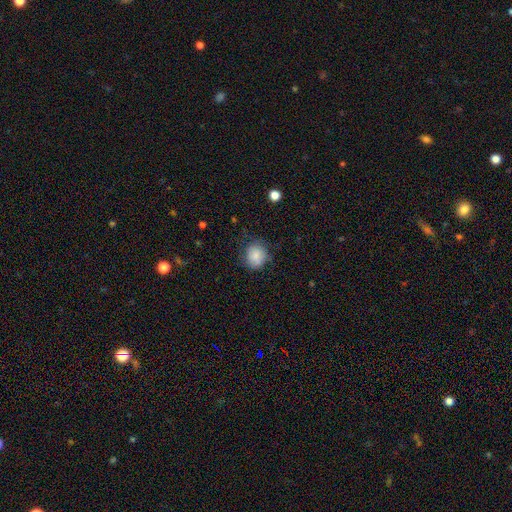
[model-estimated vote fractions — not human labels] smooth_or_featured: smooth (p=0.82) [alt: featured or disk p=0.09]
how_rounded: round (p=0.78) [alt: in between p=0.21]
merging: none (p=0.70) [alt: minor disturbance p=0.21]